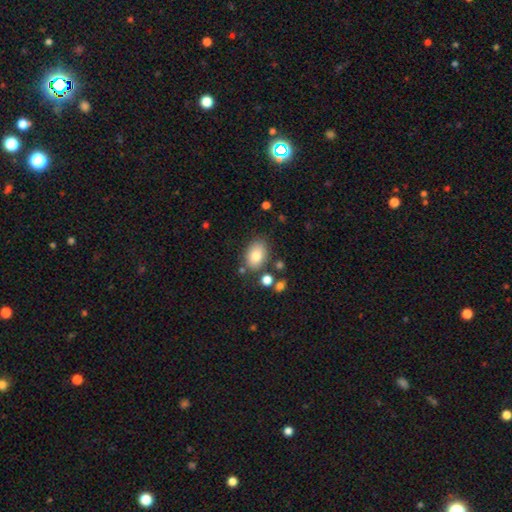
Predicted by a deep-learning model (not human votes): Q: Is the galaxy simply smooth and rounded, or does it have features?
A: smooth — 81%.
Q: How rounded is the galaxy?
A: in between — 83%.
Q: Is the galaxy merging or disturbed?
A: none — 76%.